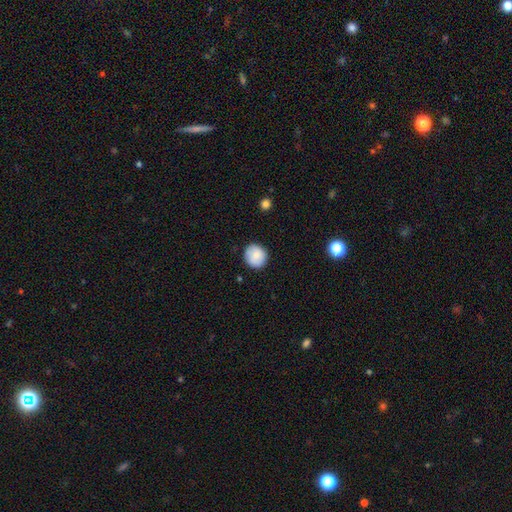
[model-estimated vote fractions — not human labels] smooth 82%, featured or disk 11%, star or artifact 7%. Down the decision tree: how rounded — round (88%); merging — none (86%).